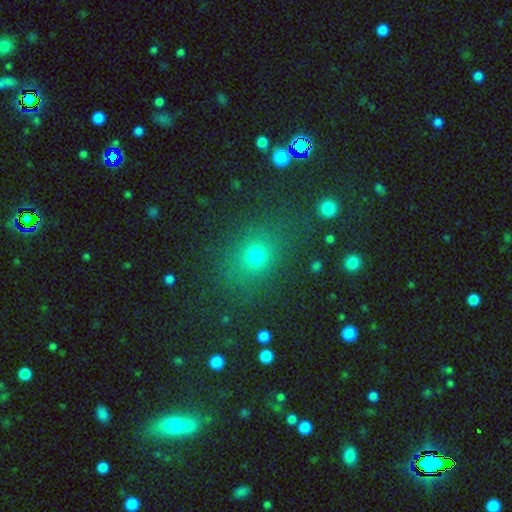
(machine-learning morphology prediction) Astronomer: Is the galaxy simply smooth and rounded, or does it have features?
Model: smooth — 70%.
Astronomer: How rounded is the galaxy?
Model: round — 56% (runner-up: in between, 41%).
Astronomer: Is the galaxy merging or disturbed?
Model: none — 79%.